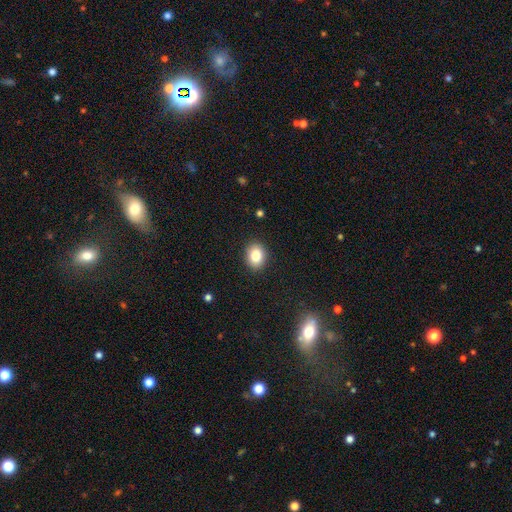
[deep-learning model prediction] A smooth galaxy with no disk features (83%) that is in between round and cigar-shaped (53%). Merging: none (89%).